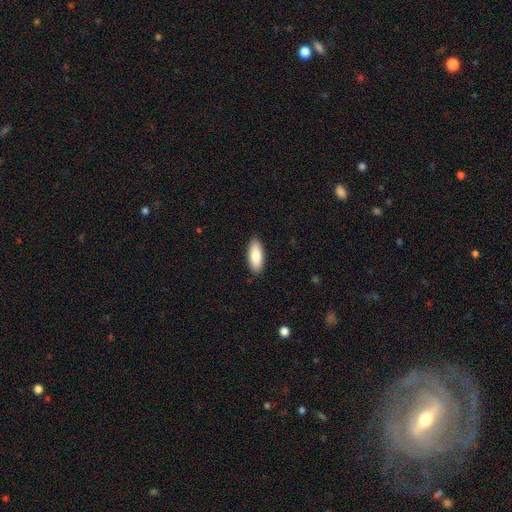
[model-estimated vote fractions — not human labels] Q: Smooth or featured?
A: smooth (83%); runner-up: featured or disk (11%)
Q: How rounded?
A: in between (77%); runner-up: cigar-shaped (21%)
Q: Merging?
A: none (88%); runner-up: minor disturbance (9%)